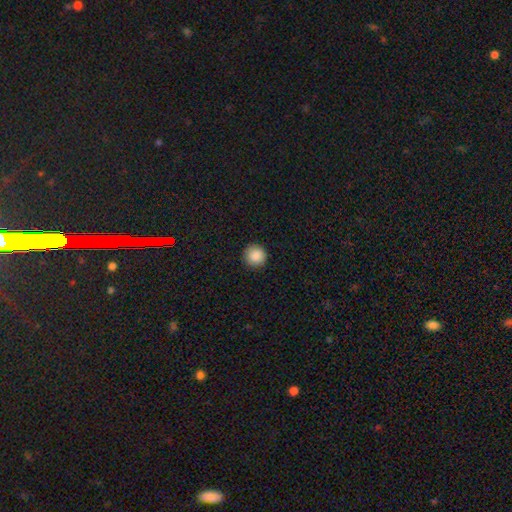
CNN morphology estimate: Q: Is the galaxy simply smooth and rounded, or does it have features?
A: smooth — 88%.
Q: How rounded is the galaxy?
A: round — 95%.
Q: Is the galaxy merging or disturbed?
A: none — 91%.